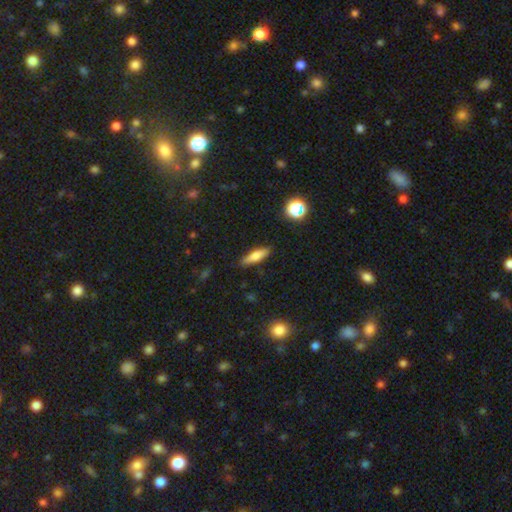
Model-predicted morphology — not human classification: Smooth or featured? Predicted: smooth (p=0.68). How rounded? Predicted: cigar-shaped (p=0.64). Merging? Predicted: none (p=0.87).